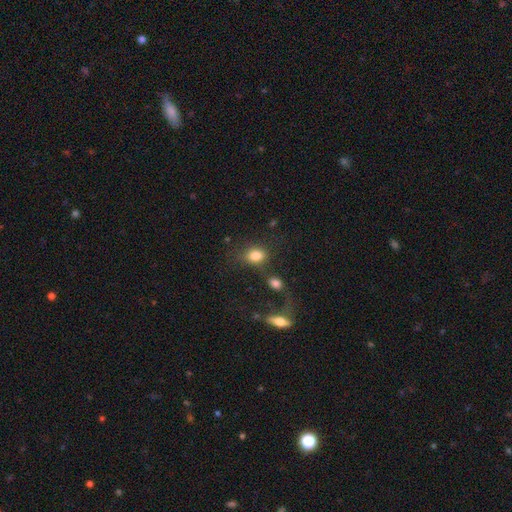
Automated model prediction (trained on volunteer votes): A smooth galaxy with no disk features (82%) that is in between round and cigar-shaped (58%). Merging: none (60%).